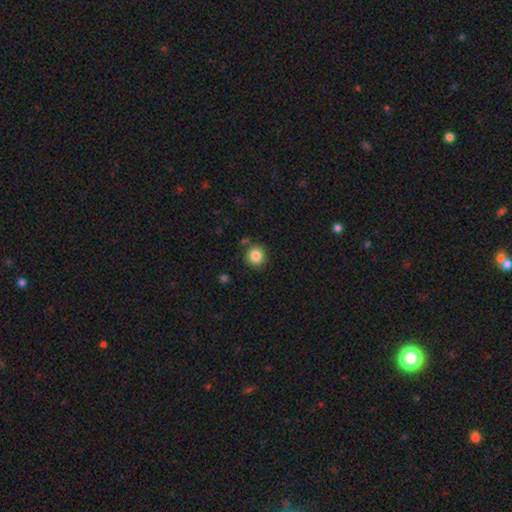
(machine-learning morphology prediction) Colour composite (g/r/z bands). It shows a smooth galaxy with no disk features (85%) that is round (92%). Merging: none (86%).